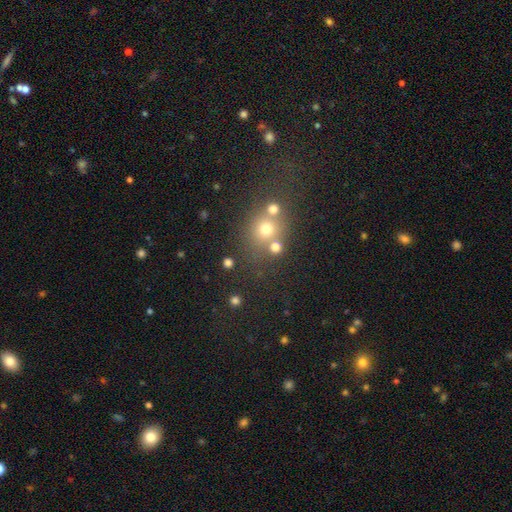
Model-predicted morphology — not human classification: smooth-or-featured: star or artifact: 43% | smooth: 42% | featured or disk: 15%